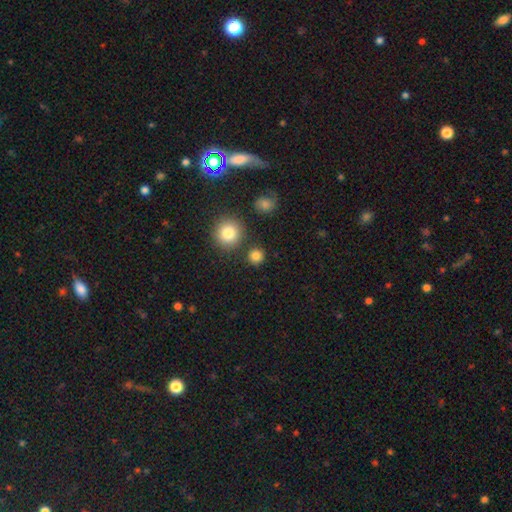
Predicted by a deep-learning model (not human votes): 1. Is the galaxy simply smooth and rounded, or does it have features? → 83% smooth, 13% star or artifact, 5% featured or disk.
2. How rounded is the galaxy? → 92% round, 7% in between, 1% cigar-shaped.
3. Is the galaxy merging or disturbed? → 84% none, 7% minor disturbance, 6% merger, 3% major disturbance.